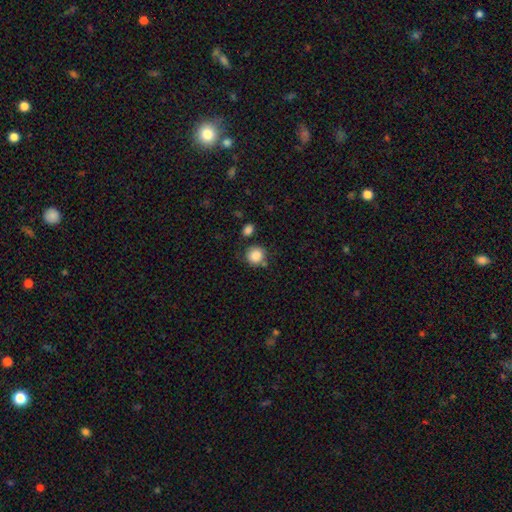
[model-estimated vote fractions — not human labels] smooth 87%, star or artifact 9%, featured or disk 4%. Down the decision tree: how rounded — round (89%); merging — none (73%).